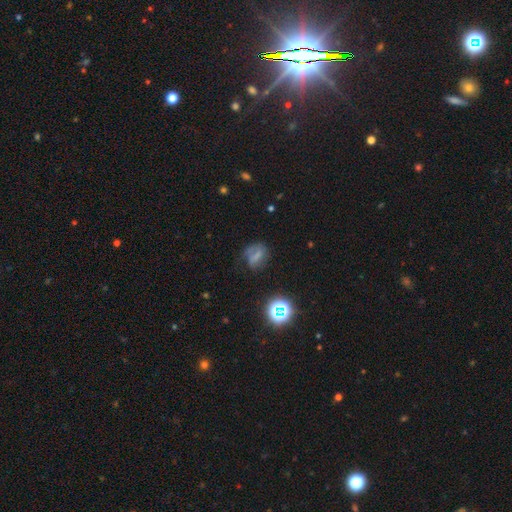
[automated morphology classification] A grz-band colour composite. It shows a smooth galaxy with no disk features (45%). Merging: none (49%).